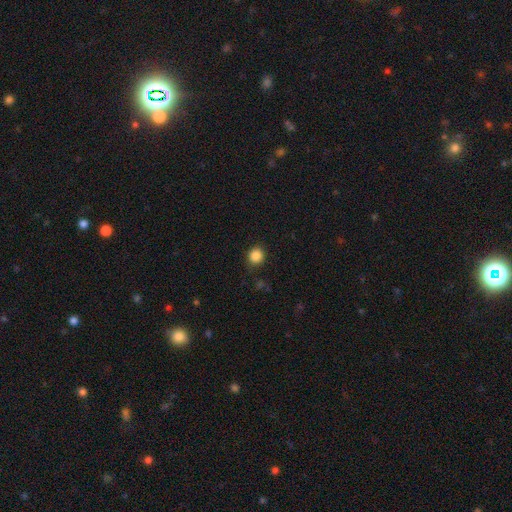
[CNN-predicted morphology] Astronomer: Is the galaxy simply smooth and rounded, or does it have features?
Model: smooth — 86%.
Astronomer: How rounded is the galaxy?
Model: round — 86%.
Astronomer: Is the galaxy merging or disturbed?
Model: none — 86%.